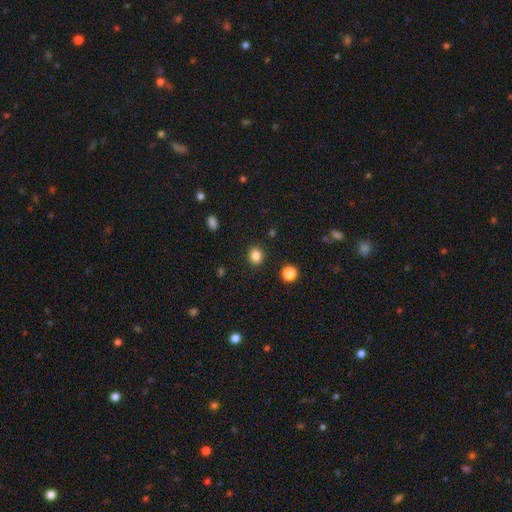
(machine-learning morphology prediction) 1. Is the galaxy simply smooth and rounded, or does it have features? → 84% smooth, 12% star or artifact, 4% featured or disk.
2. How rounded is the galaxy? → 70% round, 29% in between, 1% cigar-shaped.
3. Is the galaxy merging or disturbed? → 90% none, 6% minor disturbance, 2% major disturbance, 2% merger.